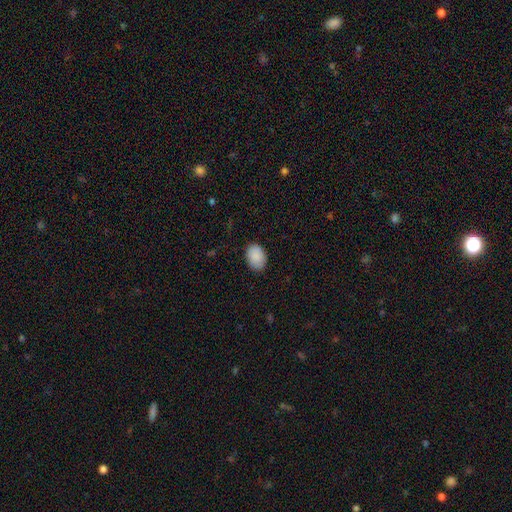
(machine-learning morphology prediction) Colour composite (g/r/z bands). It shows a smooth galaxy with no disk features (90%) that is in between round and cigar-shaped (81%). Merging: none (86%).